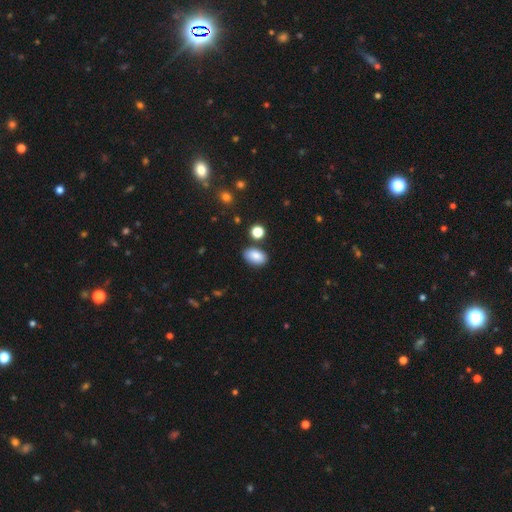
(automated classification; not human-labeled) A smooth galaxy with no disk features (87%) that is in between round and cigar-shaped (90%). Merging: none (81%).